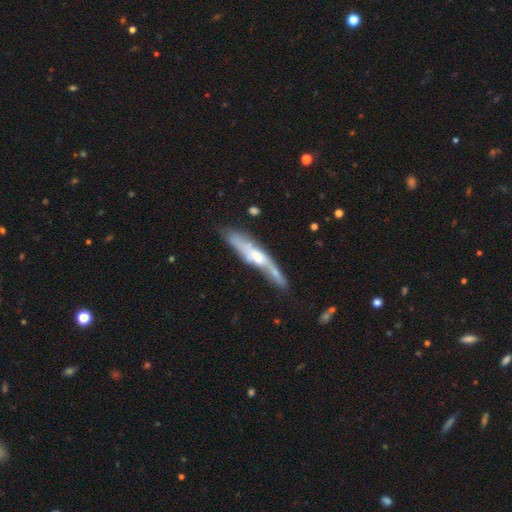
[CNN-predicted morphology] Smooth or featured? featured or disk (62%)
Edge-on disk? yes (77%)
Merging? none (56%)